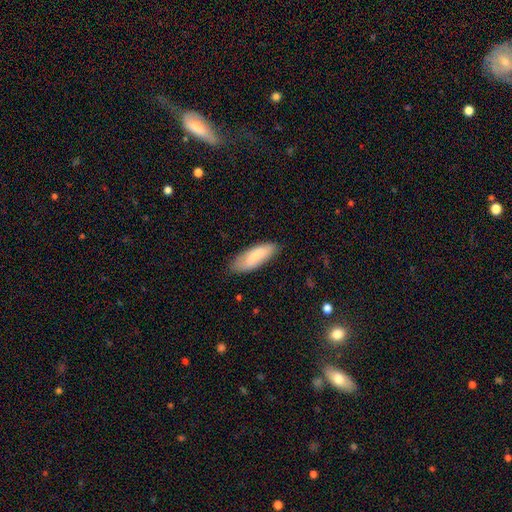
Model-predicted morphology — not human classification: Smooth or featured? smooth (78%)
How rounded? in between (67%)
Merging? none (72%)